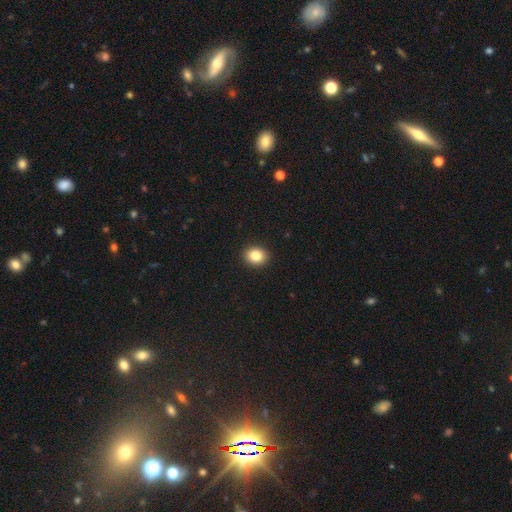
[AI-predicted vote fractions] Overall: smooth (85%). How rounded: round (64%; in between 35%). Merging: none (92%).